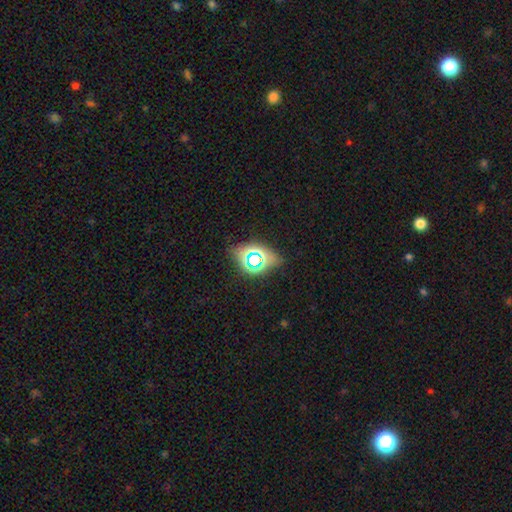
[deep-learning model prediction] This appears to be a star or artifact, not a galaxy (50%).